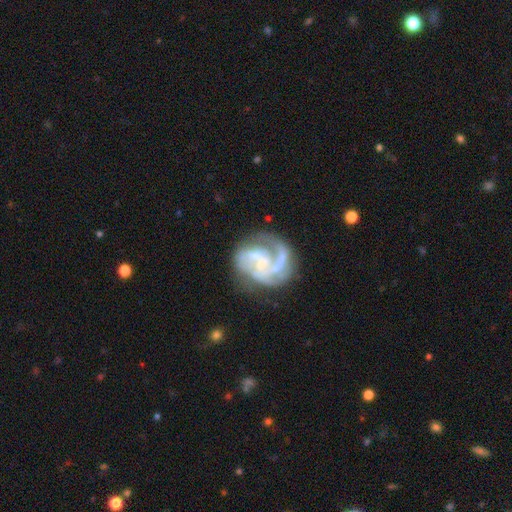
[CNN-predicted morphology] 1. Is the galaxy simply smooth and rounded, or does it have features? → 83% featured or disk, 11% smooth, 6% star or artifact.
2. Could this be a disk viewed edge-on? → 98% no, 2% yes.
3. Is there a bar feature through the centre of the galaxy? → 50% no, 40% weak, 11% strong.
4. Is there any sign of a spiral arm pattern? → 90% yes, 10% no.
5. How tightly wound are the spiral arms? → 44% medium, 33% tight, 23% loose.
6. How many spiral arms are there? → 29% 2, 26% 1, 20% 3, 16% can't tell, 4% 4, 4% more than 4.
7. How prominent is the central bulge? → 39% small, 34% none, 22% moderate, 4% large, 1% dominant.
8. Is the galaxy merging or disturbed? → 48% none, 27% major disturbance, 18% minor disturbance, 6% merger.